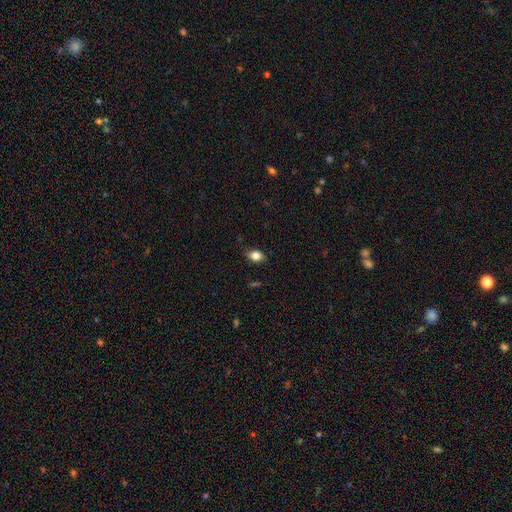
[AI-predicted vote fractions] A smooth galaxy with no disk features (82%) that is in between round and cigar-shaped (73%).

Vote fractions:
- Smooth or featured? smooth: 82% / star or artifact: 9% / featured or disk: 9%
- How rounded? in between: 73% / round: 25% / cigar-shaped: 2%
- Merging? none: 77% / minor disturbance: 18% / major disturbance: 3% / merger: 1%